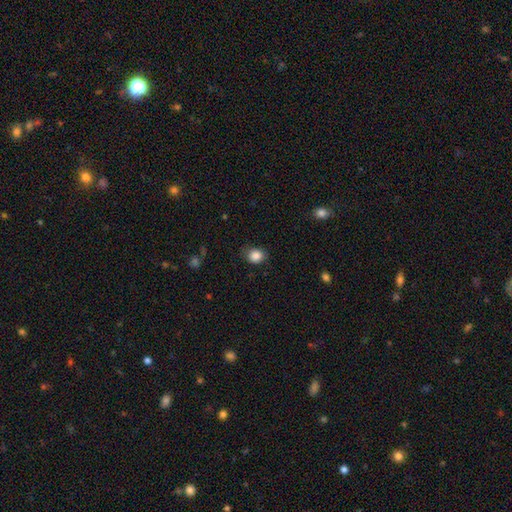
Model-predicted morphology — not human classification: Q: Smooth or featured?
A: smooth (86%); runner-up: star or artifact (10%)
Q: How rounded?
A: round (64%); runner-up: in between (36%)
Q: Merging?
A: none (78%); runner-up: minor disturbance (17%)